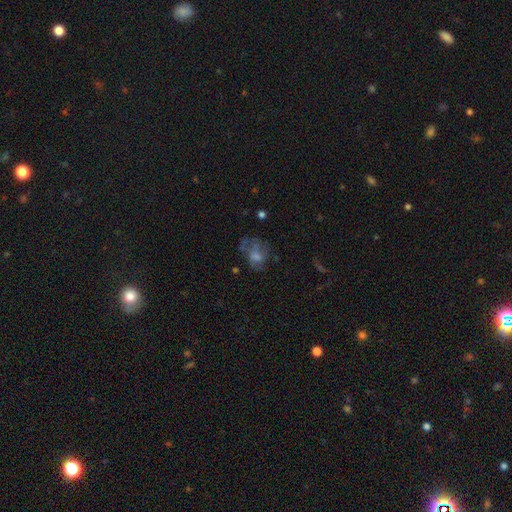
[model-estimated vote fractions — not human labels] Smooth or featured? featured or disk (46%)
Merging? none (46%)